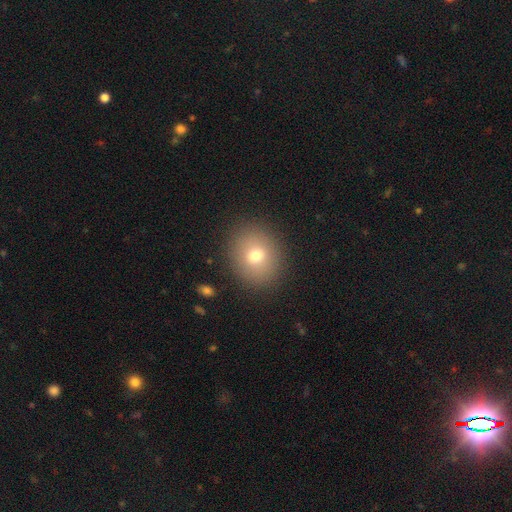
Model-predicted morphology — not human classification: type=smooth (73%); roundness=round (69%); merging=none (87%).